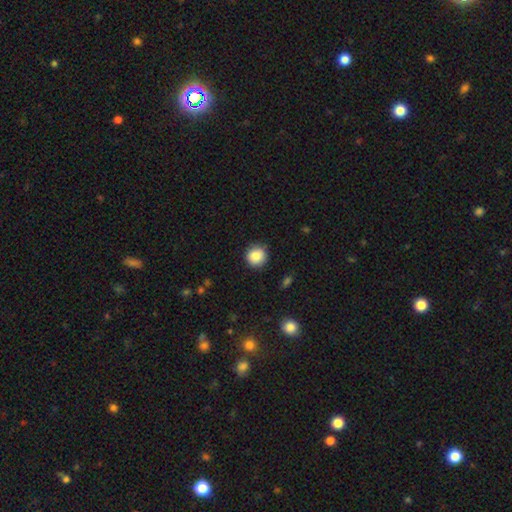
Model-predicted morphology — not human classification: Q: Smooth or featured?
A: smooth (86%); runner-up: star or artifact (9%)
Q: How rounded?
A: round (93%); runner-up: in between (6%)
Q: Merging?
A: none (88%); runner-up: minor disturbance (9%)